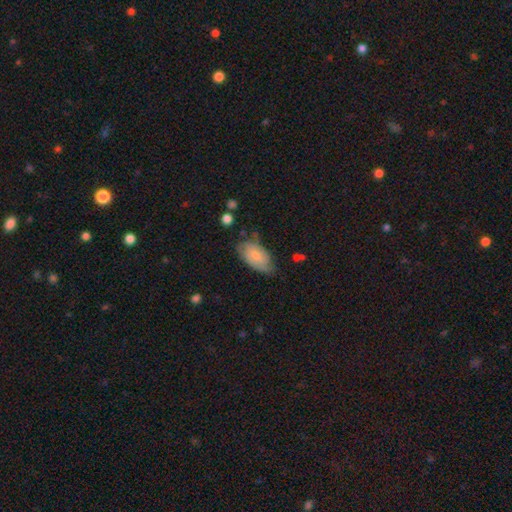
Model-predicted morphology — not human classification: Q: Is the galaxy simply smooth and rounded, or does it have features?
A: smooth — 53%.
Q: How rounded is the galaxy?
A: in between — 93%.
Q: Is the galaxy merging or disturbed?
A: none — 61%.